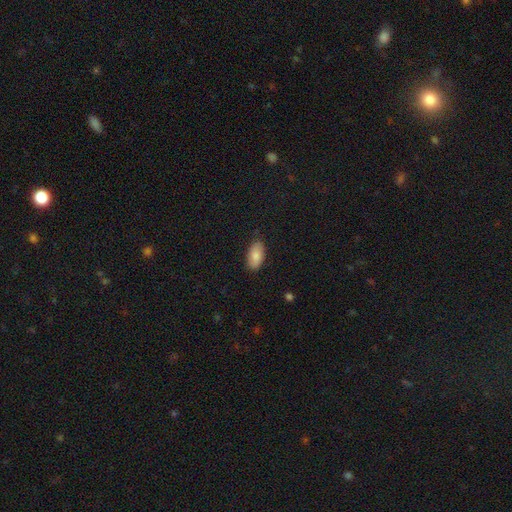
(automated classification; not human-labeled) Smooth or featured: smooth — 82% (featured or disk — 11%)
How rounded: in between — 94% (cigar-shaped — 3%)
Merging: none — 84% (minor disturbance — 12%)